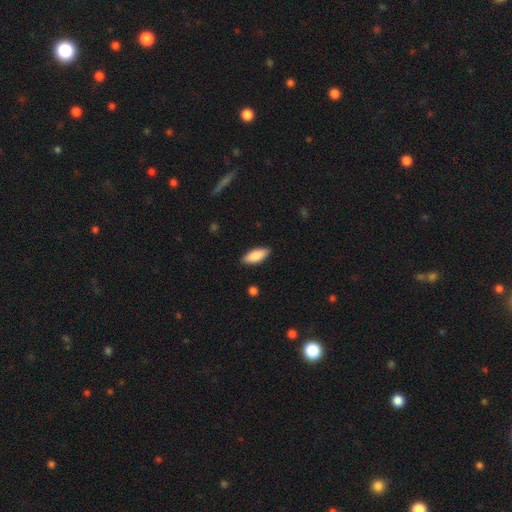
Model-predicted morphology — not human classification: Overall: smooth (84%). How rounded: in between (78%). Merging: none (88%).